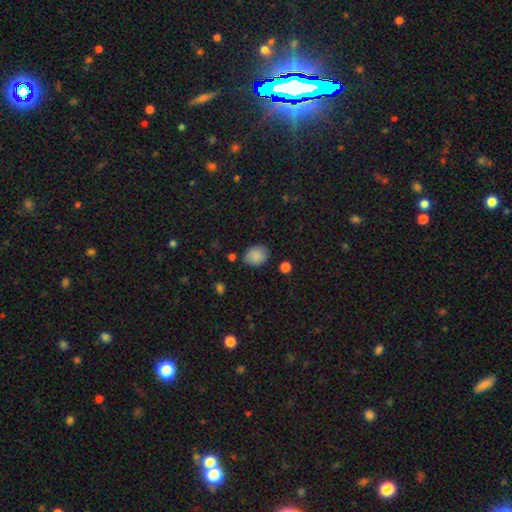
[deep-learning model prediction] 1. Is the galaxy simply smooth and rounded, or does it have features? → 85% smooth, 8% star or artifact, 7% featured or disk.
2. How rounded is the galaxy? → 50% in between, 49% round, 1% cigar-shaped.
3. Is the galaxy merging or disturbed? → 76% none, 18% minor disturbance, 4% major disturbance, 3% merger.